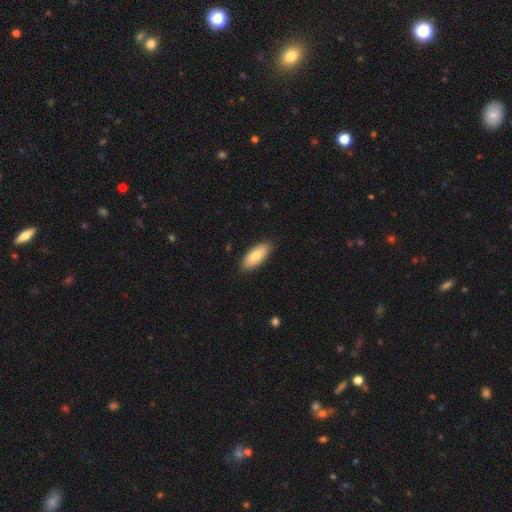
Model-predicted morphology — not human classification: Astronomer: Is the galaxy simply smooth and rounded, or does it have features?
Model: smooth — 79%.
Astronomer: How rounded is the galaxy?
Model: in between — 82%.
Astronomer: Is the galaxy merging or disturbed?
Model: none — 87%.